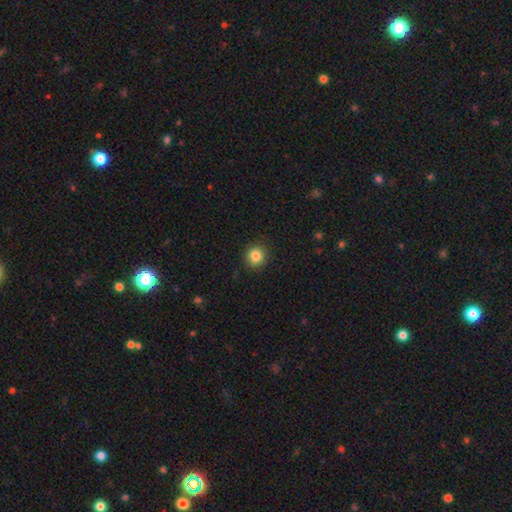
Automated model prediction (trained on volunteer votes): A smooth galaxy with no disk features (84%) that is round (88%).

Vote fractions:
- Smooth or featured? smooth: 84% / star or artifact: 11% / featured or disk: 5%
- How rounded? round: 88% / in between: 11% / cigar-shaped: 1%
- Merging? none: 89% / minor disturbance: 8% / major disturbance: 2% / merger: 1%